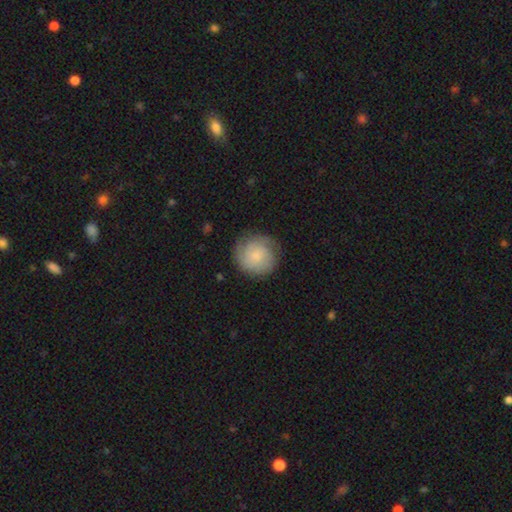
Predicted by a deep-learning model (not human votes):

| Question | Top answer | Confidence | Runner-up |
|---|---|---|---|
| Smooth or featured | smooth | 59% | featured or disk (33%) |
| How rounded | round | 93% | in between (6%) |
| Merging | none | 78% | minor disturbance (15%) |